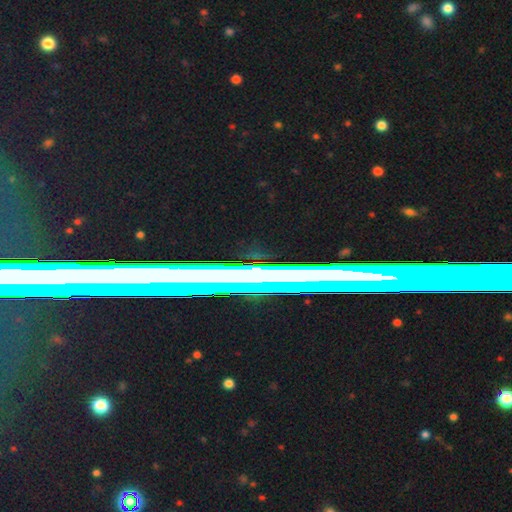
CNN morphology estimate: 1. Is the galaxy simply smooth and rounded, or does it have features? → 54% star or artifact, 30% featured or disk, 16% smooth.